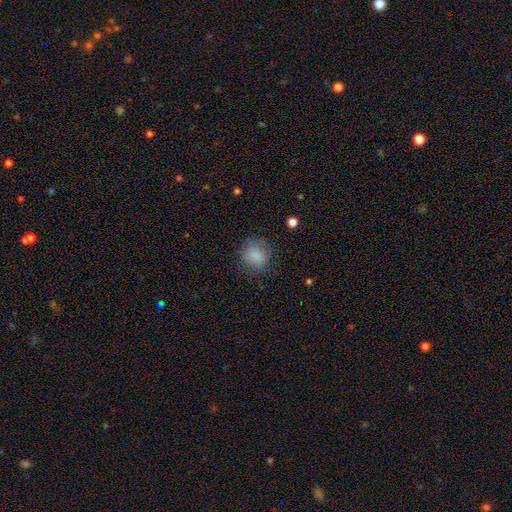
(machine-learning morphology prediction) A smooth galaxy with no disk features (83%) that is round (80%).

Vote fractions:
- Smooth or featured? smooth: 83% / star or artifact: 9% / featured or disk: 9%
- How rounded? round: 80% / in between: 19% / cigar-shaped: 1%
- Merging? none: 74% / minor disturbance: 17% / major disturbance: 7% / merger: 1%